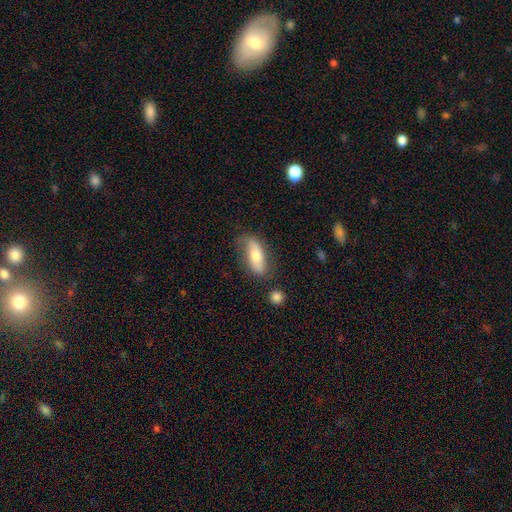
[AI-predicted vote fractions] A smooth galaxy with no disk features (60%) that is in between round and cigar-shaped (72%).

Vote fractions:
- Smooth or featured? smooth: 60% / featured or disk: 33% / star or artifact: 6%
- How rounded? in between: 72% / cigar-shaped: 25% / round: 3%
- Merging? none: 65% / minor disturbance: 24% / major disturbance: 8% / merger: 4%